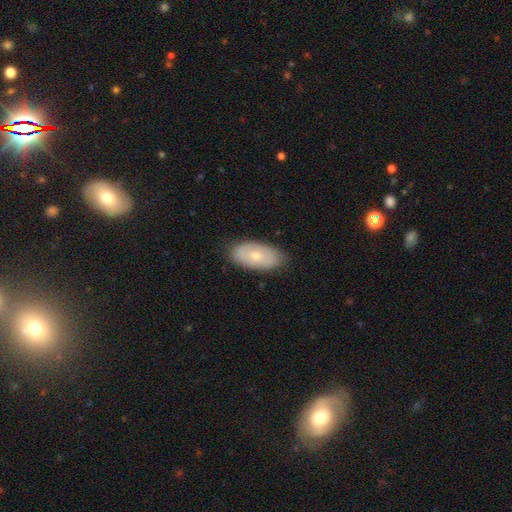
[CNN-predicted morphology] This is possibly a smooth galaxy (58%). How rounded: clearly in between (92%). Merging: clearly none (82%).